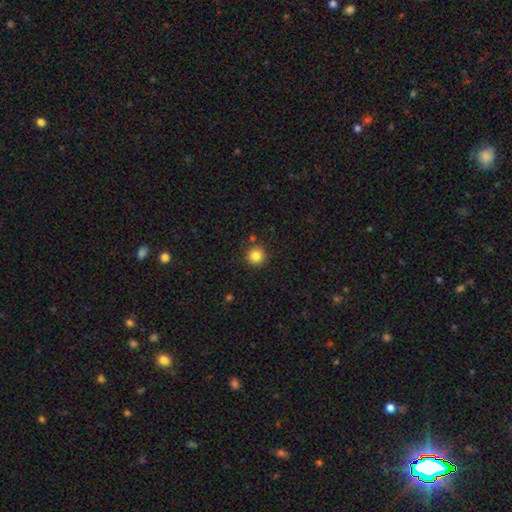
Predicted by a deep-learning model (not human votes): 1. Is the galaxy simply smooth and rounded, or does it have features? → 84% smooth, 12% star or artifact, 5% featured or disk.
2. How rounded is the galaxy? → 95% round, 4% in between, 1% cigar-shaped.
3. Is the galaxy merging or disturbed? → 88% none, 6% minor disturbance, 3% merger, 2% major disturbance.